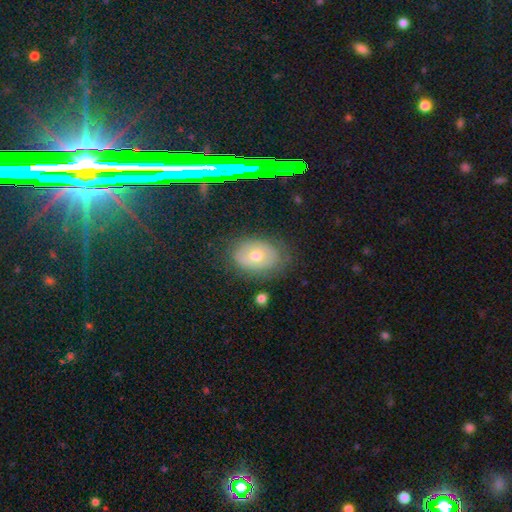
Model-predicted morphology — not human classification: smooth-or-featured: smooth: 58% | featured or disk: 27% | star or artifact: 15%
  how-rounded: in between: 72% | round: 27% | cigar-shaped: 1%
  merging: none: 78% | minor disturbance: 16% | major disturbance: 5% | merger: 2%